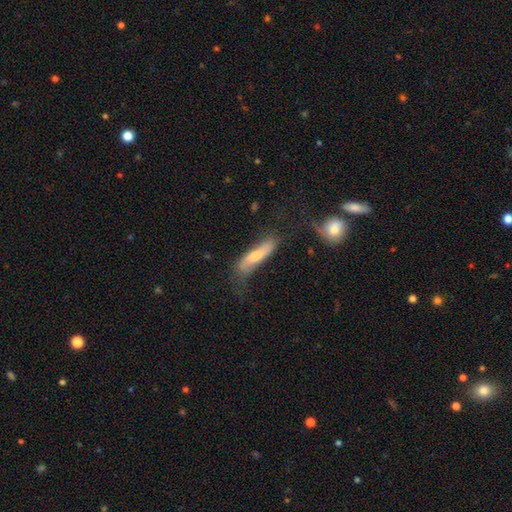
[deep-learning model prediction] Smooth or featured? Predicted: smooth (p=0.53). How rounded? Predicted: cigar-shaped (p=0.71). Merging? Predicted: none (p=0.51).